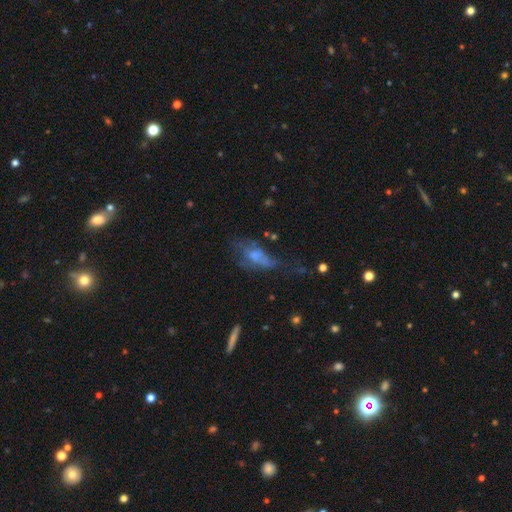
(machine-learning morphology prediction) Smooth or featured? featured or disk (44%)
Merging? major disturbance (37%)